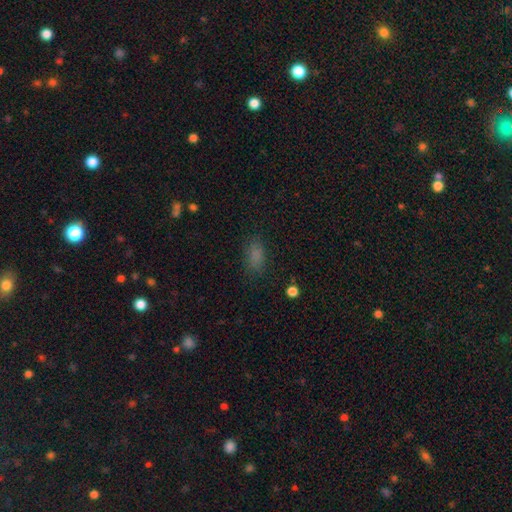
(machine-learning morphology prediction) smooth_or_featured: smooth (p=0.81) [alt: star or artifact p=0.14]
how_rounded: in between (p=0.88) [alt: round p=0.07]
merging: none (p=0.81) [alt: minor disturbance p=0.13]